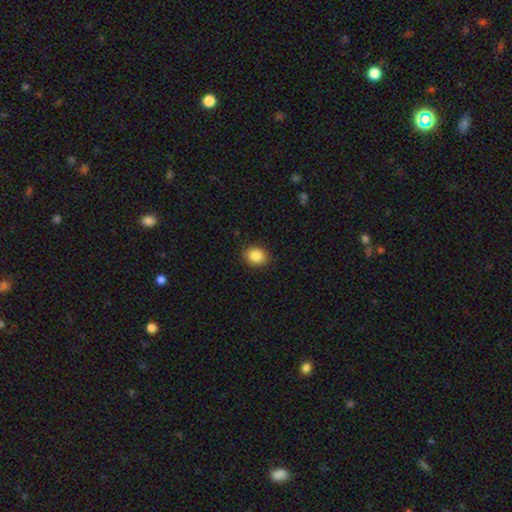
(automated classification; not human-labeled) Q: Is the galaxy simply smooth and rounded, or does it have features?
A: smooth — 87%.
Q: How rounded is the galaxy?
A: round — 59%.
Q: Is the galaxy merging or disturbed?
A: none — 89%.